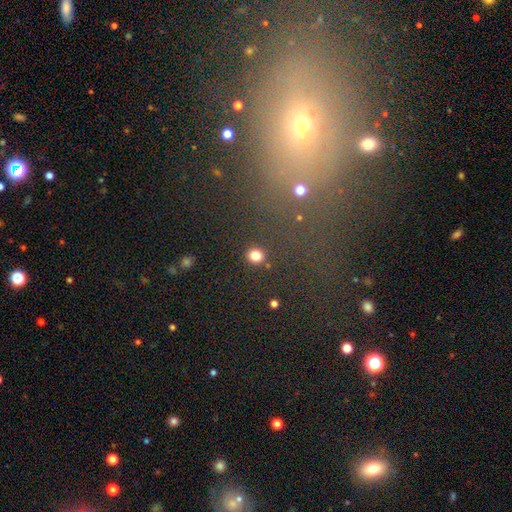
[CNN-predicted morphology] Smooth or featured?
  - smooth: 81% *
  - star or artifact: 14%
  - featured or disk: 5%
How rounded?
  - round: 88% *
  - in between: 11%
  - cigar-shaped: 1%
Merging?
  - none: 89% *
  - minor disturbance: 6%
  - major disturbance: 2%
  - merger: 2%